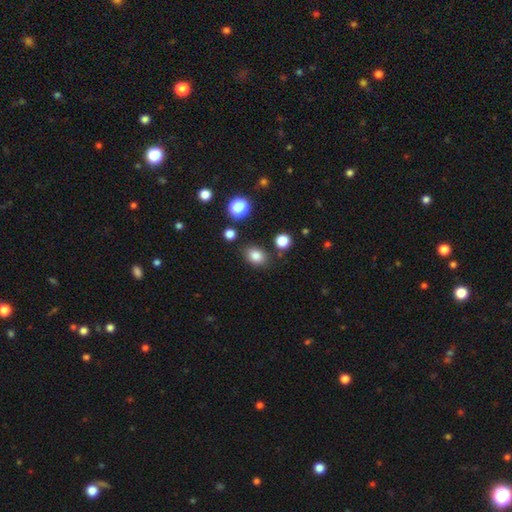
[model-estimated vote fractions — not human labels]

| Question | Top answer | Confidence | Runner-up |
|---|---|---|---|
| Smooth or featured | smooth | 83% | star or artifact (11%) |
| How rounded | in between | 67% | round (32%) |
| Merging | none | 82% | minor disturbance (11%) |